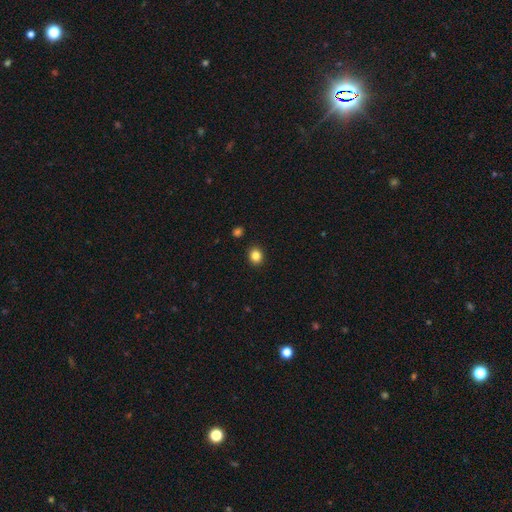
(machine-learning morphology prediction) smooth-or-featured: smooth: 84% | star or artifact: 11% | featured or disk: 5%
  how-rounded: round: 69% | in between: 30% | cigar-shaped: 1%
  merging: none: 91% | minor disturbance: 6% | major disturbance: 2% | merger: 2%